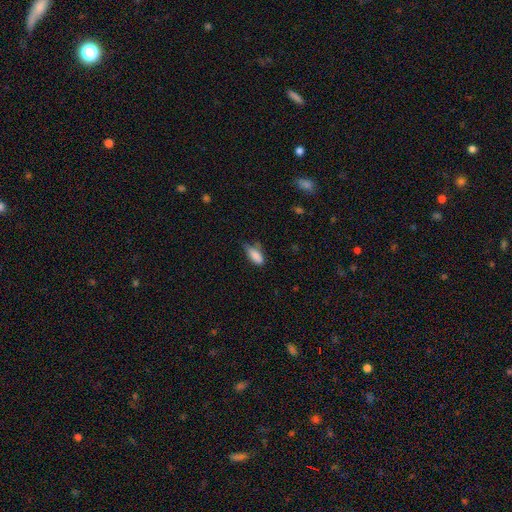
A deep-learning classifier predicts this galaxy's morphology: The model was most divided on "merging": none: 43%, minor disturbance: 41%, major disturbance: 12%, merger: 4%. More confident: smooth or featured — smooth (84%); how rounded — in between (82%).